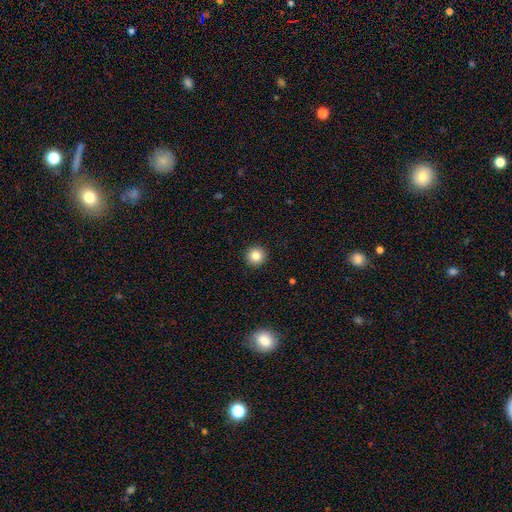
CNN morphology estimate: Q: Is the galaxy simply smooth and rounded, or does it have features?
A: smooth — 83%.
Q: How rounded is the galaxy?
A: round — 95%.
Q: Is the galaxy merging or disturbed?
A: none — 93%.